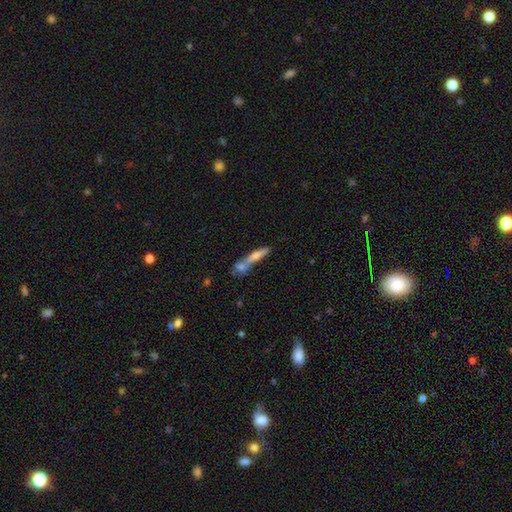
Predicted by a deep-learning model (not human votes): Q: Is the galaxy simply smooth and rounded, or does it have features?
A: smooth — 50%.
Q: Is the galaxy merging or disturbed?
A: merger — 54%.